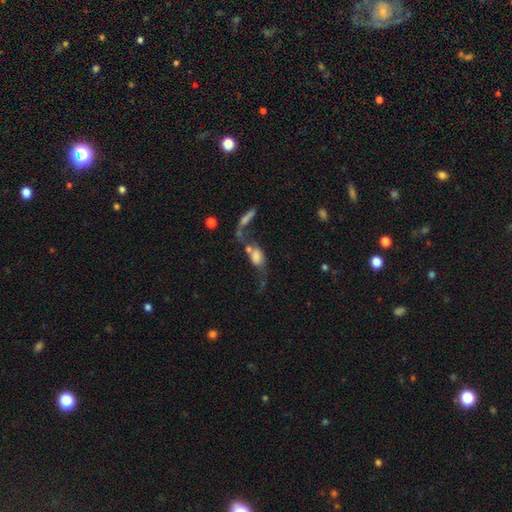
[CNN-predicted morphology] smooth_or_featured: smooth (p=0.48) [alt: featured or disk p=0.41]
merging: merger (p=0.46) [alt: major disturbance p=0.26]